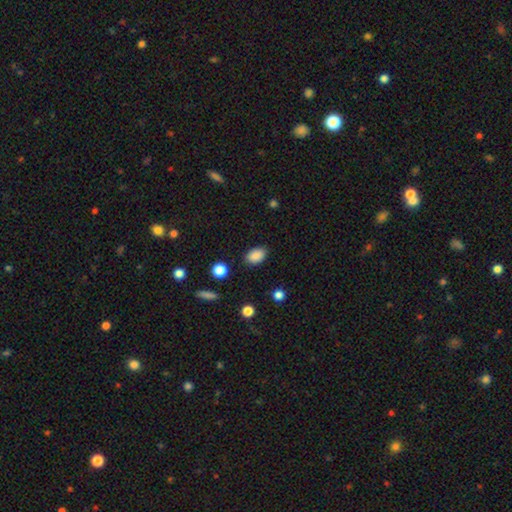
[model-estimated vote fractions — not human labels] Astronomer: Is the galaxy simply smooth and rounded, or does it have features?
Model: smooth — 88%.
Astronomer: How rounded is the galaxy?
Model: in between — 85%.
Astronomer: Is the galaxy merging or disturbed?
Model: none — 85%.